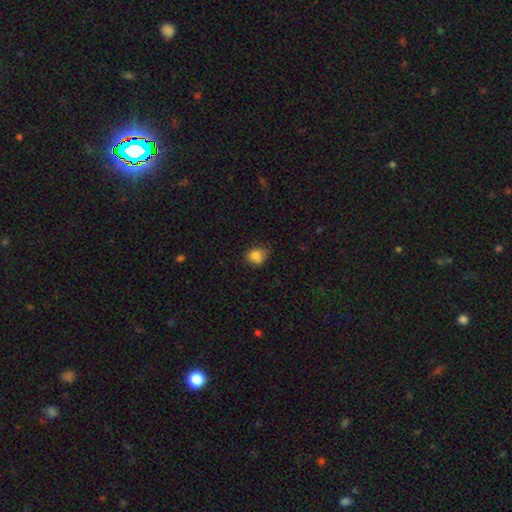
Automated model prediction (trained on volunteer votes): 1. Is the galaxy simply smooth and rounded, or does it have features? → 83% smooth, 10% star or artifact, 7% featured or disk.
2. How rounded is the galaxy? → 62% round, 37% in between, 1% cigar-shaped.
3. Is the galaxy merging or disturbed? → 64% none, 27% minor disturbance, 6% major disturbance, 3% merger.